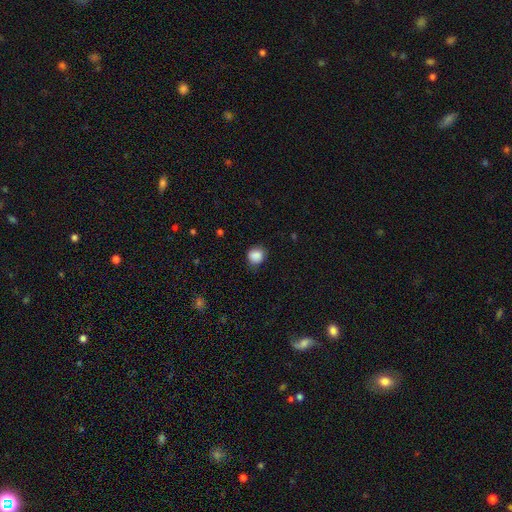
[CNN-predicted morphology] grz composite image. It shows a smooth galaxy with no disk features (87%) that is round (79%). Merging: none (78%).